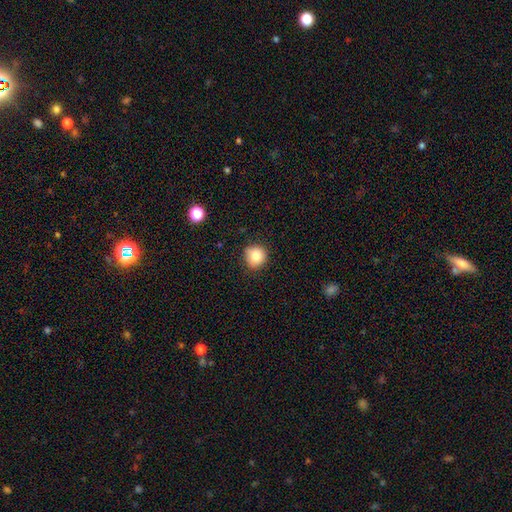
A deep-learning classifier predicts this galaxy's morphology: smooth 83%, star or artifact 10%, featured or disk 7%. Down the decision tree: how rounded — round (90%); merging — none (81%).